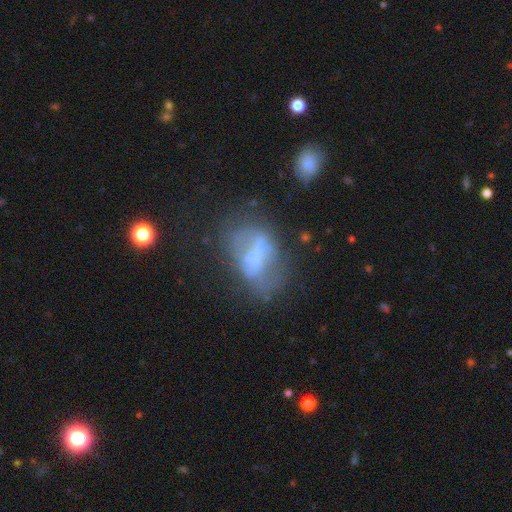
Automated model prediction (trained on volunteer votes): The model was most divided on "merging": none: 36%, major disturbance: 29%, minor disturbance: 22%, merger: 13%. More confident: edge-on disk — no (94%); smooth or featured — featured or disk (53%).